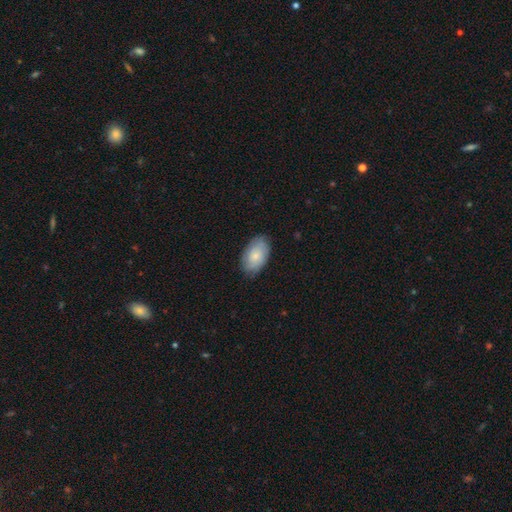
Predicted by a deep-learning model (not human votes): smooth_or_featured: smooth (p=0.64) [alt: featured or disk p=0.29]
how_rounded: in between (p=0.92) [alt: round p=0.06]
merging: none (p=0.79) [alt: minor disturbance p=0.16]